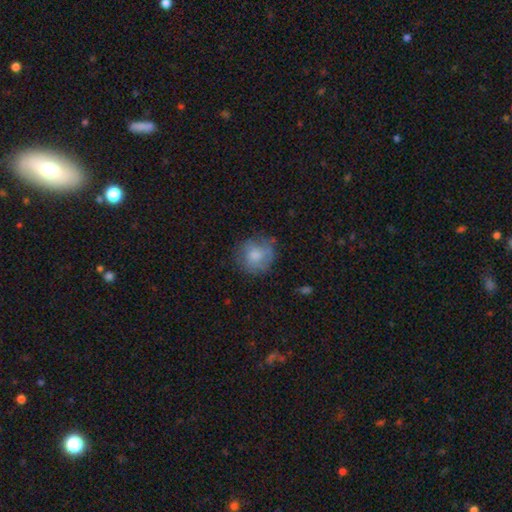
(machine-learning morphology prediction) The model was most divided on "smooth or featured": smooth: 68%, featured or disk: 23%, star or artifact: 10%. More confident: how rounded — round (84%); merging — none (70%).